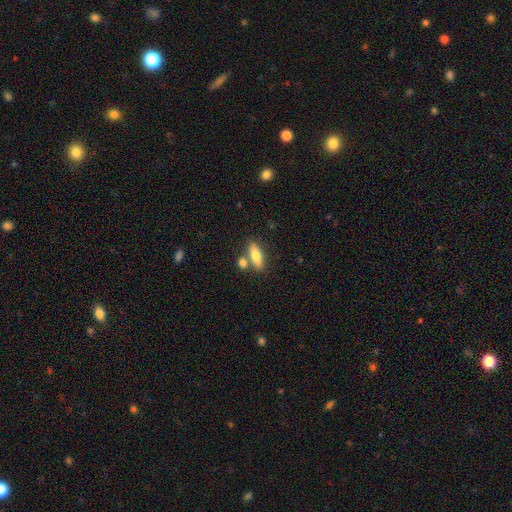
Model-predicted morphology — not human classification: Smooth or featured: smooth — 70% (featured or disk — 24%)
How rounded: in between — 55% (cigar-shaped — 41%)
Merging: none — 68% (merger — 18%)